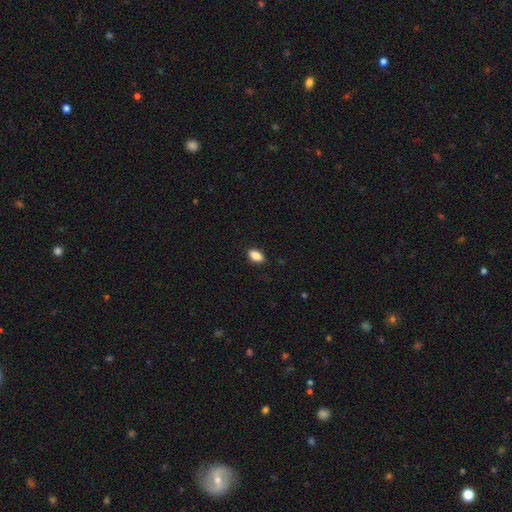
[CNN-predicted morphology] Overall: smooth (88%). How rounded: in between (90%). Merging: none (88%).